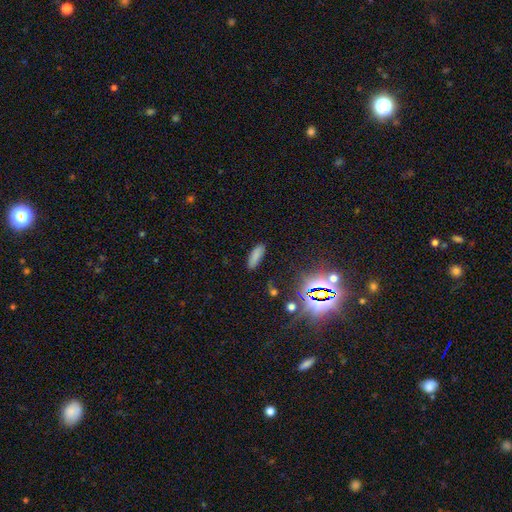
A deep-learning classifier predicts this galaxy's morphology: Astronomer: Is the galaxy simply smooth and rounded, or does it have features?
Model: smooth — 78%.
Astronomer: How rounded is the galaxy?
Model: in between — 53% (runner-up: cigar-shaped, 45%).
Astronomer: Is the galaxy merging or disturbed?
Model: none — 85%.